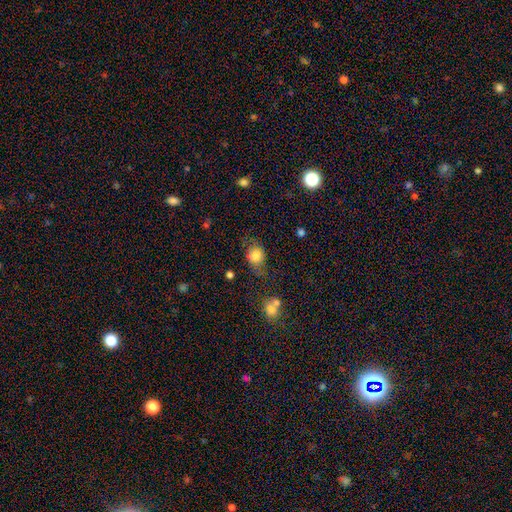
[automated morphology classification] Overall: smooth (75%). How rounded: round (52%; in between 47%). Merging: none (59%; minor disturbance 25%).